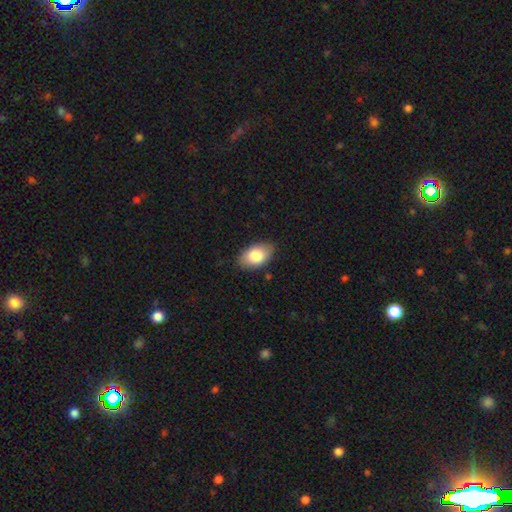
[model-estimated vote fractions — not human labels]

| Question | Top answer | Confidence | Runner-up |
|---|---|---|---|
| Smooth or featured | smooth | 80% | featured or disk (14%) |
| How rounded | in between | 91% | round (7%) |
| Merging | none | 84% | minor disturbance (13%) |